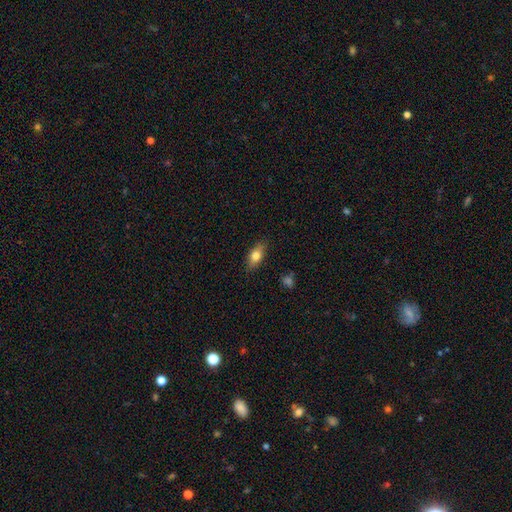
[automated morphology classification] Overall: smooth (75%). How rounded: in between (82%). Merging: none (85%).